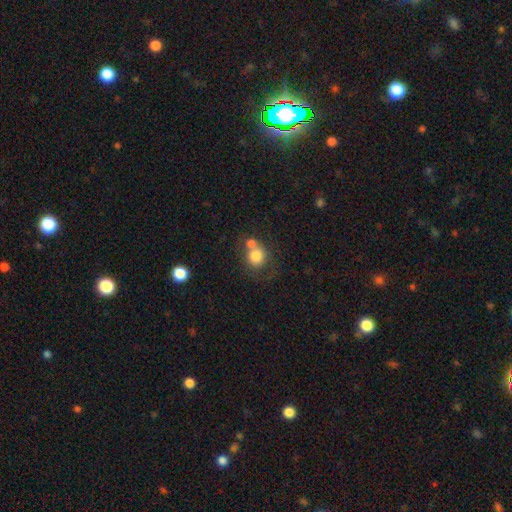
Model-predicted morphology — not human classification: type=smooth (77%); roundness=round (81%); merging=merger (44%).